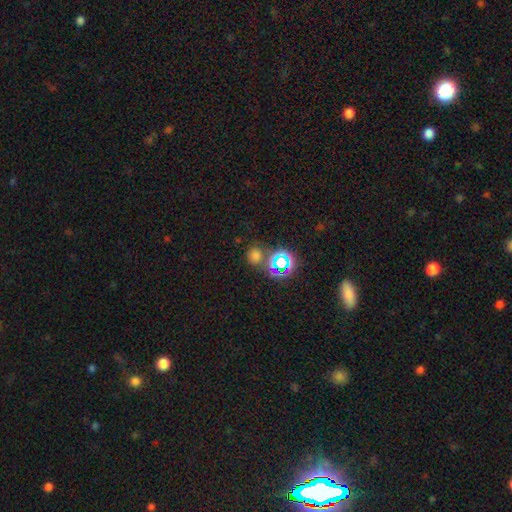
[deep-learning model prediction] The model was most divided on "smooth or featured": smooth: 60%, star or artifact: 33%, featured or disk: 7%. More confident: how rounded — round (80%); merging — none (68%).